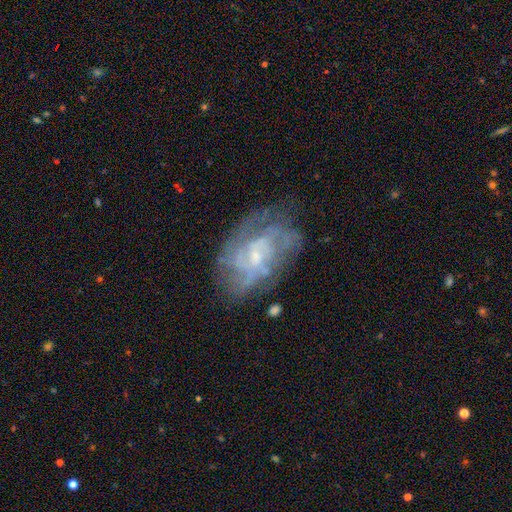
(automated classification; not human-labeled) The model was most divided on "spiral winding": tight: 45%, medium: 39%, loose: 16%. Remaining: edge-on disk — no (96%); spiral arms — yes (83%); smooth or featured — featured or disk (79%); merging — none (60%); bulge size — small (59%); bar — no (58%); spiral arm count — can't tell (47%).